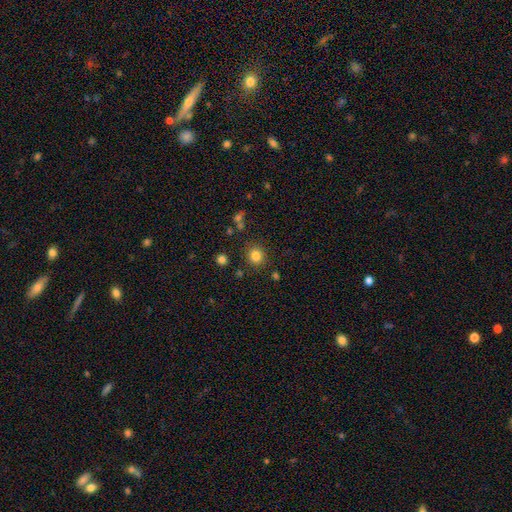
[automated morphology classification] smooth 82%, star or artifact 12%, featured or disk 6%. Down the decision tree: how rounded — round (88%); merging — none (85%).